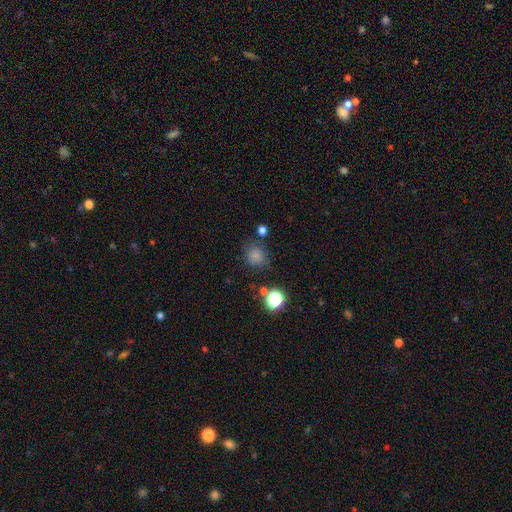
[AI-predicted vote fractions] smooth-or-featured: smooth: 78% | star or artifact: 17% | featured or disk: 6%
  how-rounded: round: 79% | in between: 20% | cigar-shaped: 1%
  merging: none: 74% | minor disturbance: 16% | major disturbance: 6% | merger: 5%